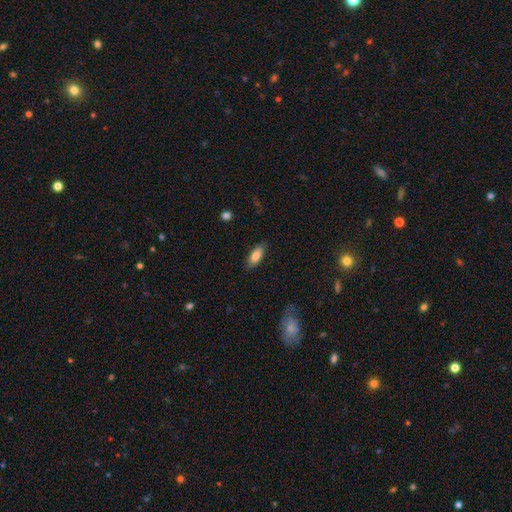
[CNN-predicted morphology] type=smooth (82%); roundness=in between (81%); merging=none (84%).